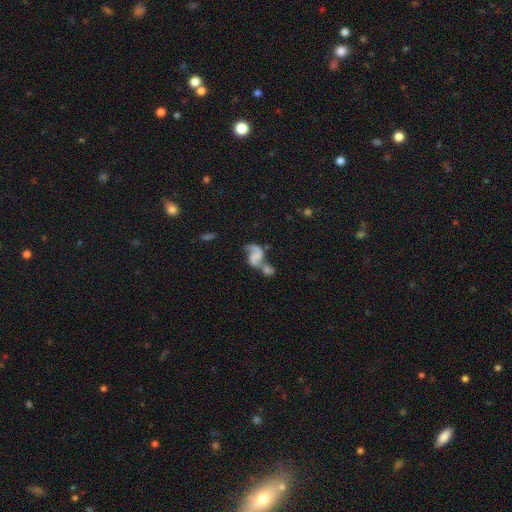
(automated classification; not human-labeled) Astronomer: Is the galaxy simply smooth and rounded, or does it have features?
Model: featured or disk — 69%.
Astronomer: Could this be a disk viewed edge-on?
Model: no — 97%.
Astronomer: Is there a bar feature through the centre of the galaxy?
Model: no — 59%.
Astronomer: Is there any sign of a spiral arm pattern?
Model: yes — 87%.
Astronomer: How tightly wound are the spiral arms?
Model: loose — 65%.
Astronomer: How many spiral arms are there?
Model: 2 — 74%.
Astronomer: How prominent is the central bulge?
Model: none — 63%.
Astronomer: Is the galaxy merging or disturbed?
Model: merger — 55%.